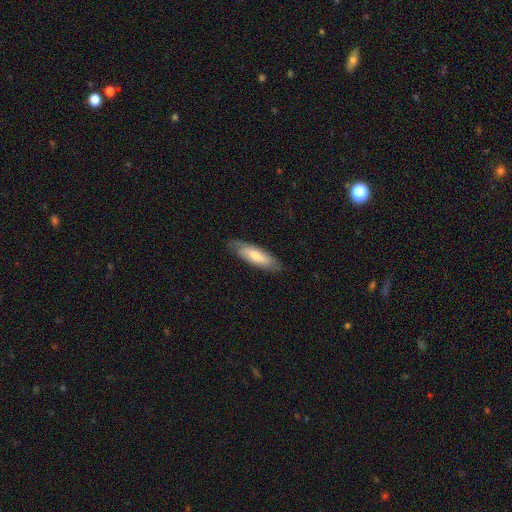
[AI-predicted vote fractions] A smooth galaxy with no disk features (61%) that is cigar-shaped (55%).

Vote fractions:
- Smooth or featured? smooth: 61% / featured or disk: 34% / star or artifact: 6%
- How rounded? cigar-shaped: 55% / in between: 44% / round: 2%
- Merging? none: 80% / minor disturbance: 16% / major disturbance: 3% / merger: 1%